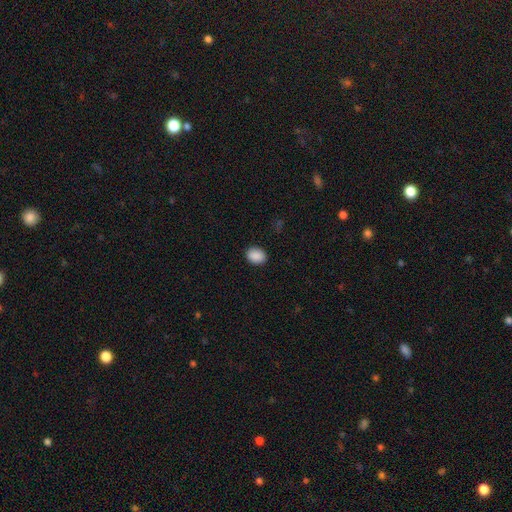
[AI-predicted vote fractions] Overall: smooth (90%). How rounded: in between (65%; round 34%). Merging: none (89%).